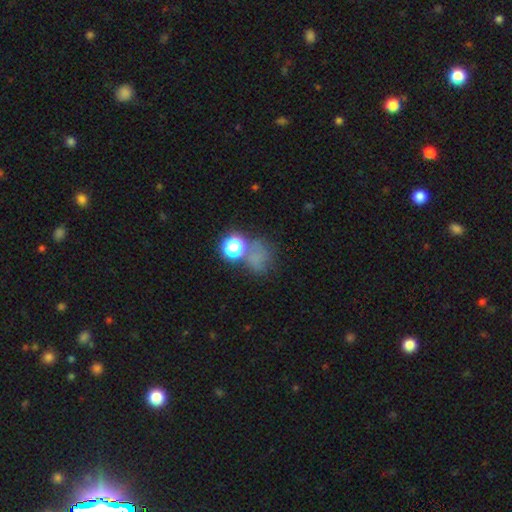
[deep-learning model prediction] smooth_or_featured: smooth (p=0.55) [alt: star or artifact p=0.33]
how_rounded: round (p=0.70) [alt: in between p=0.29]
merging: none (p=0.48) [alt: merger p=0.19]